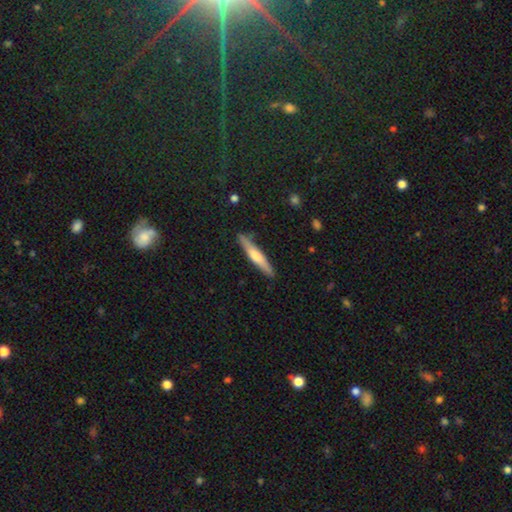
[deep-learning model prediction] Smooth or featured: smooth — 48% (featured or disk — 46%)
Merging: none — 88% (minor disturbance — 9%)